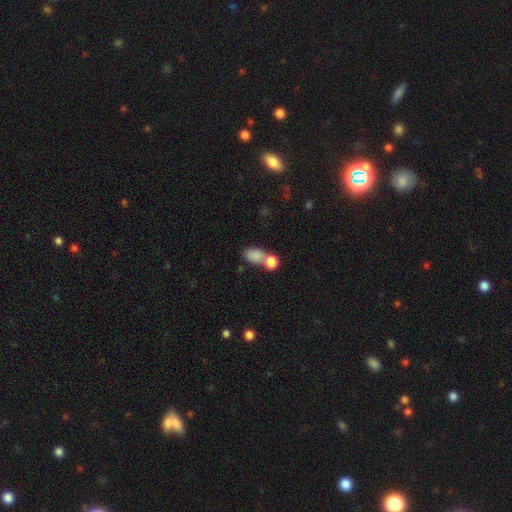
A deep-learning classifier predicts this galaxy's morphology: Overall: smooth (81%). How rounded: in between (70%). Merging: merger (48%; none 34%).